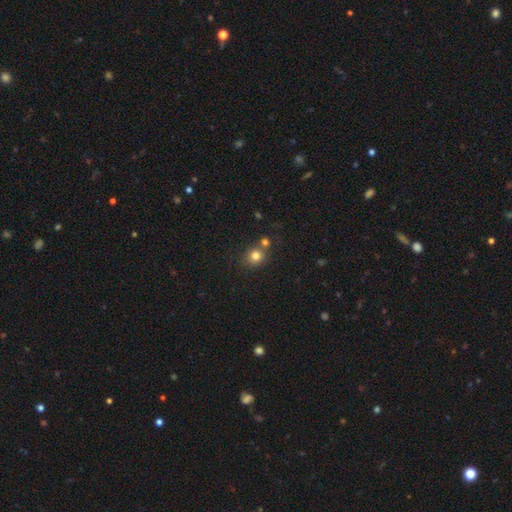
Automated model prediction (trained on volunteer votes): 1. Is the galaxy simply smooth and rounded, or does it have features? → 79% smooth, 14% star or artifact, 7% featured or disk.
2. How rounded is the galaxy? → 84% round, 15% in between, 1% cigar-shaped.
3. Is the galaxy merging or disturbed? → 63% none, 25% merger, 9% minor disturbance, 3% major disturbance.